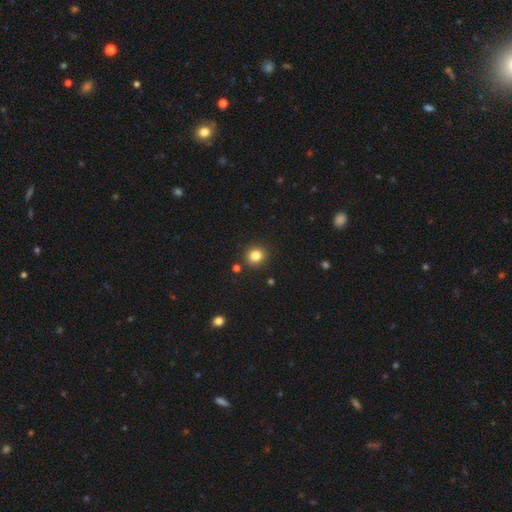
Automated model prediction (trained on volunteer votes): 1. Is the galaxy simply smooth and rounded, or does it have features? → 83% smooth, 12% star or artifact, 5% featured or disk.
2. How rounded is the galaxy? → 82% round, 18% in between, 1% cigar-shaped.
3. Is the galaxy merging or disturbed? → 89% none, 7% minor disturbance, 3% merger, 2% major disturbance.